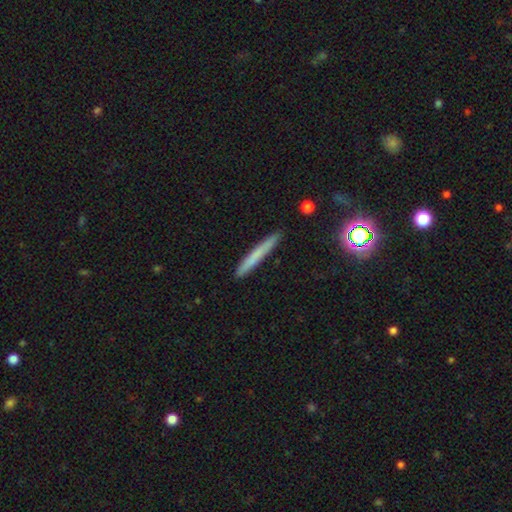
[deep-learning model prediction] A smooth galaxy with no disk features (68%) that is cigar-shaped (96%).

Vote fractions:
- Smooth or featured? smooth: 68% / featured or disk: 24% / star or artifact: 8%
- How rounded? cigar-shaped: 96% / in between: 2% / round: 1%
- Merging? none: 91% / minor disturbance: 7% / major disturbance: 1% / merger: 1%